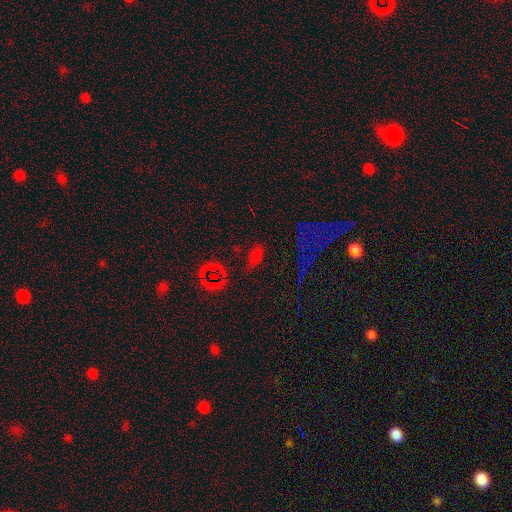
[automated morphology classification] smooth-or-featured: star or artifact: 45% | smooth: 43% | featured or disk: 11%